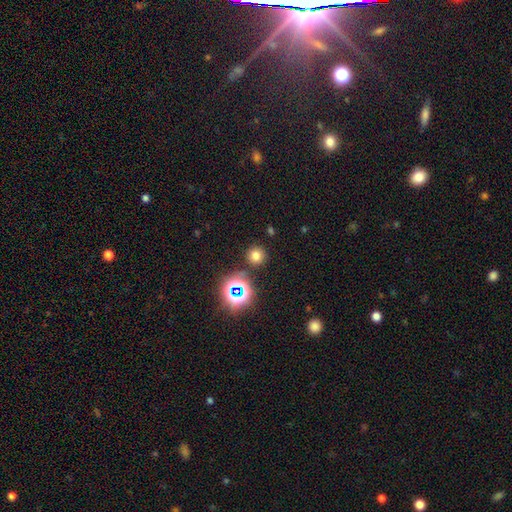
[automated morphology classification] The model was most divided on "smooth or featured": smooth: 70%, star or artifact: 24%, featured or disk: 7%. More confident: how rounded — round (92%); merging — none (87%).